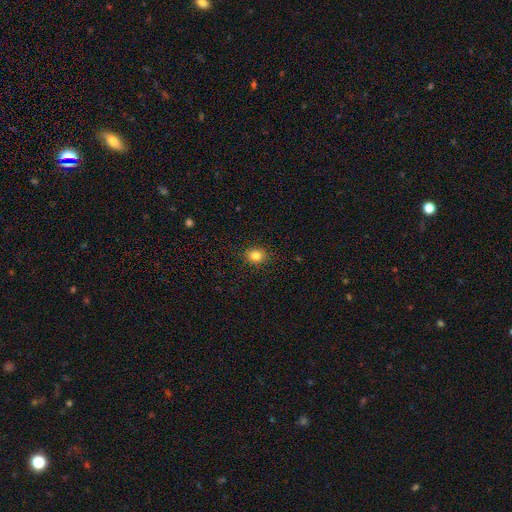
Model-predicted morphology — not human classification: smooth-or-featured: smooth: 84% | star or artifact: 11% | featured or disk: 5%
  how-rounded: round: 62% | in between: 37% | cigar-shaped: 1%
  merging: none: 90% | minor disturbance: 8% | major disturbance: 2% | merger: 1%